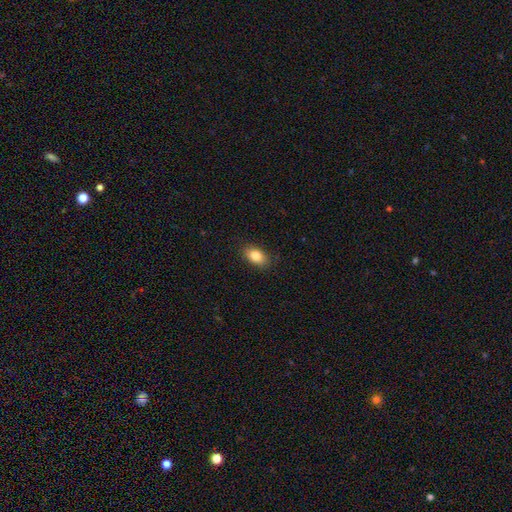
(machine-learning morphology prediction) This is clearly a smooth galaxy (83%). How rounded: clearly in between (87%). Merging: clearly none (87%).